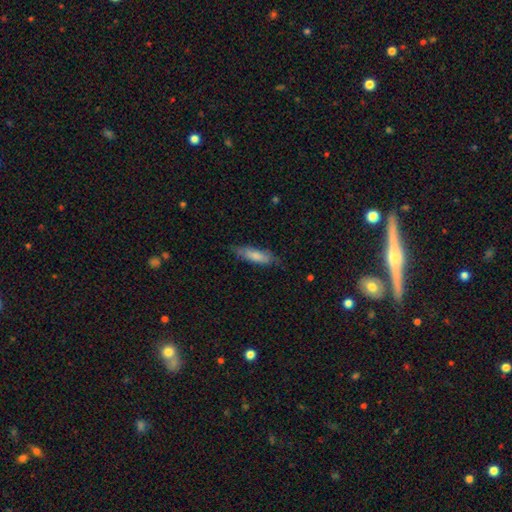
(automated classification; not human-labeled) Smooth or featured?
  - smooth: 74% *
  - featured or disk: 20%
  - star or artifact: 6%
How rounded?
  - cigar-shaped: 53% *
  - in between: 45%
  - round: 2%
Merging?
  - none: 72% *
  - minor disturbance: 22%
  - major disturbance: 5%
  - merger: 1%